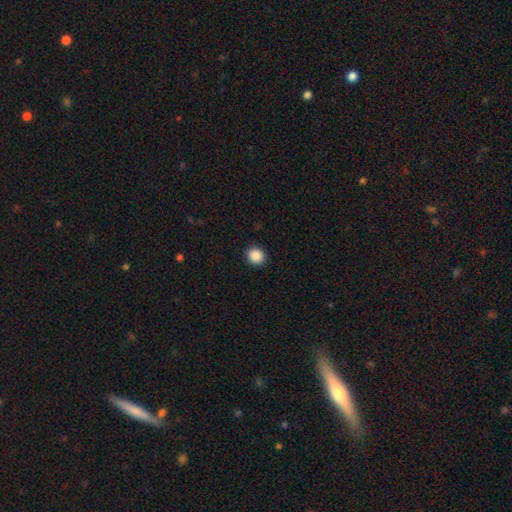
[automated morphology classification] smooth_or_featured: smooth (p=0.89) [alt: star or artifact p=0.09]
how_rounded: round (p=0.88) [alt: in between p=0.11]
merging: none (p=0.91) [alt: minor disturbance p=0.06]